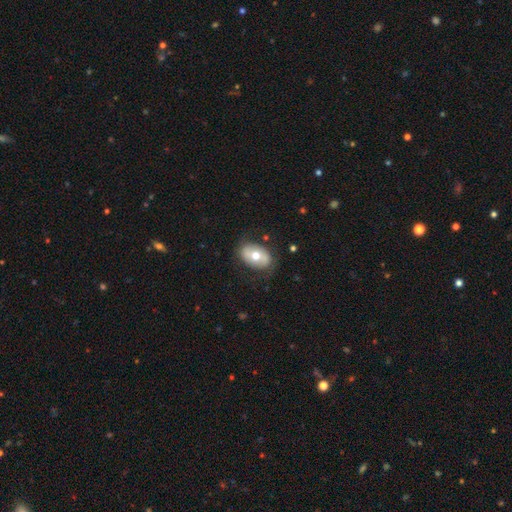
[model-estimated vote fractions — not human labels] Overall: smooth (54%; featured or disk 39%). How rounded: in between (83%). Merging: none (76%).